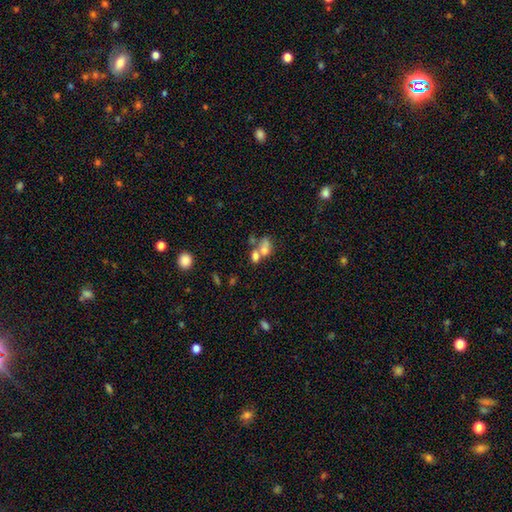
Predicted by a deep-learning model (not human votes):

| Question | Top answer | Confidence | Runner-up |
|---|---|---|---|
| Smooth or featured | smooth | 67% | featured or disk (20%) |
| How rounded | in between | 60% | round (37%) |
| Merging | merger | 62% | none (24%) |